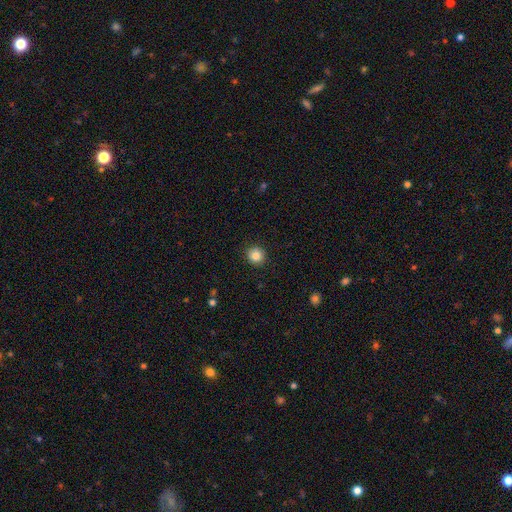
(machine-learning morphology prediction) Overall: smooth (85%). How rounded: round (90%). Merging: none (91%).